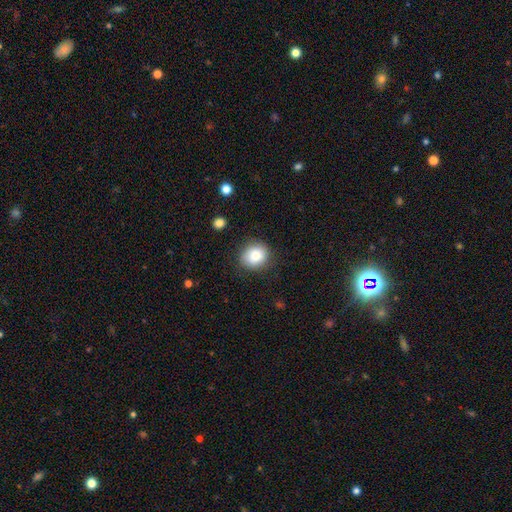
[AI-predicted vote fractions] smooth 80%, featured or disk 11%, star or artifact 9%. Down the decision tree: how rounded — round (78%); merging — none (83%).